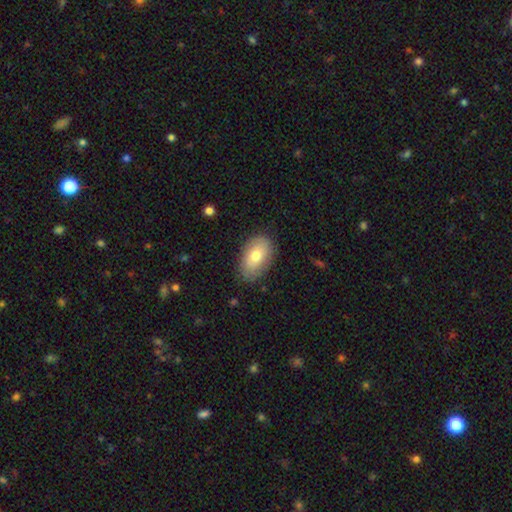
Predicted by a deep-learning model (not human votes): A smooth galaxy with no disk features (75%) that is in between round and cigar-shaped (92%).

Vote fractions:
- Smooth or featured? smooth: 75% / featured or disk: 19% / star or artifact: 7%
- How rounded? in between: 92% / round: 7% / cigar-shaped: 1%
- Merging? none: 81% / minor disturbance: 15% / major disturbance: 3% / merger: 1%